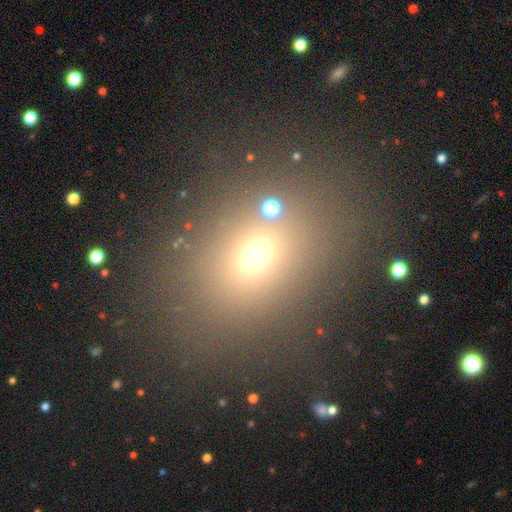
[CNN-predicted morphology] Smooth or featured?
  - smooth: 62% *
  - star or artifact: 27%
  - featured or disk: 11%
How rounded?
  - in between: 57% *
  - round: 41%
  - cigar-shaped: 2%
Merging?
  - none: 78% *
  - minor disturbance: 10%
  - merger: 6%
  - major disturbance: 6%